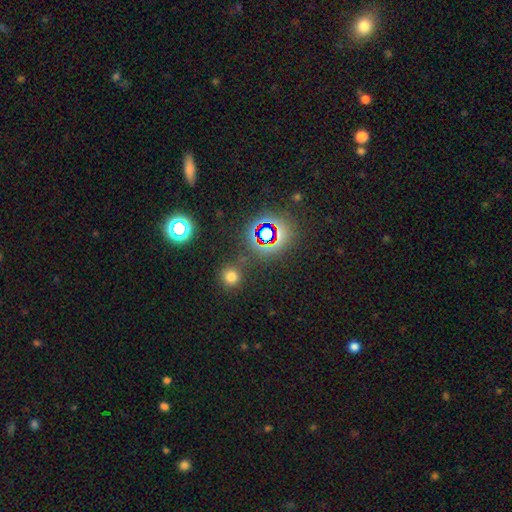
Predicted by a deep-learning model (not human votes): Smooth or featured? Predicted: star or artifact (p=0.54).